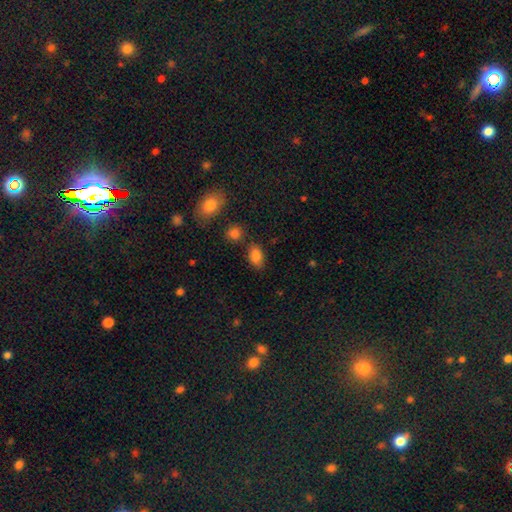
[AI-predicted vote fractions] Smooth or featured: smooth — 84% (star or artifact — 9%)
How rounded: in between — 86% (round — 12%)
Merging: none — 76% (minor disturbance — 15%)